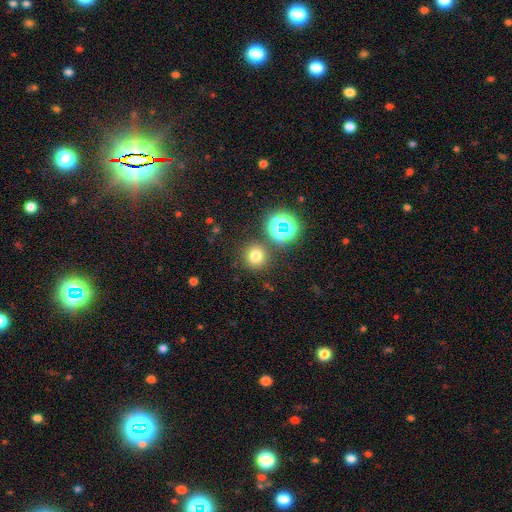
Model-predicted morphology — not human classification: This is likely a smooth galaxy (71%). How rounded: clearly round (93%). Merging: clearly none (84%).